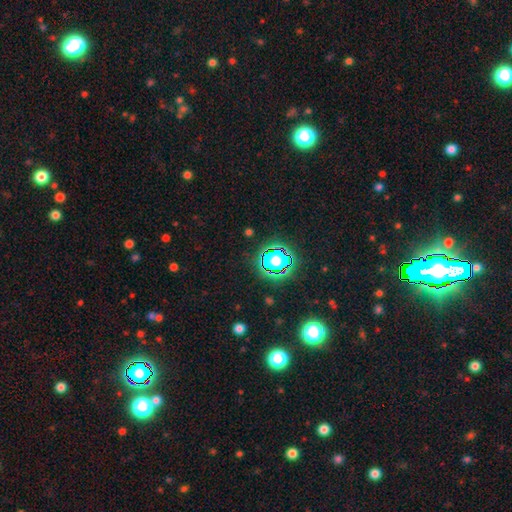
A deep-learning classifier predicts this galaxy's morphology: The model was most divided on "smooth or featured": star or artifact: 80%, smooth: 12%, featured or disk: 8%.